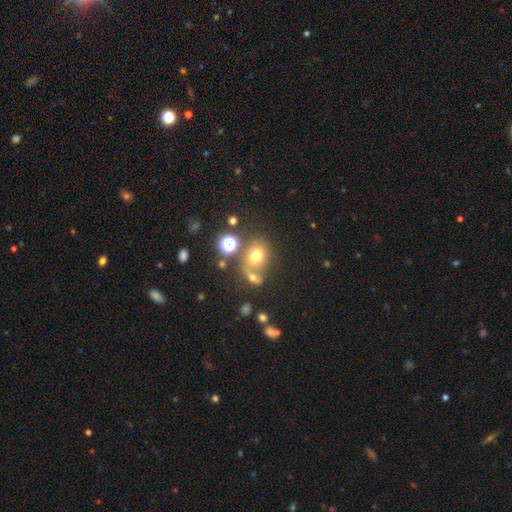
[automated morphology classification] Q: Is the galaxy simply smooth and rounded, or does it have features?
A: smooth — 65%.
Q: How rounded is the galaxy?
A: round — 62%.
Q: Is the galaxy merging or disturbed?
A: none — 47%.